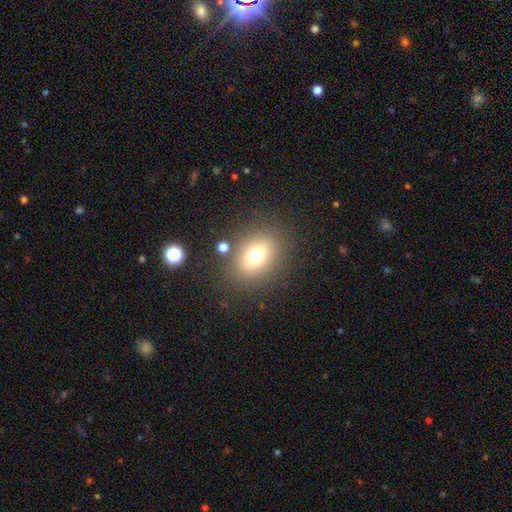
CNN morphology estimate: A smooth galaxy with no disk features (71%) that is in between round and cigar-shaped (58%). Merging: none (81%).